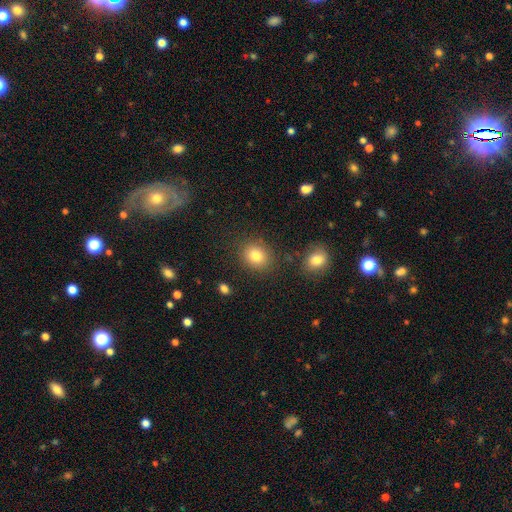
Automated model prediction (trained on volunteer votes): This appears to be a smooth galaxy with no disk features (82%) that is round (66%). Merging: none (83%).